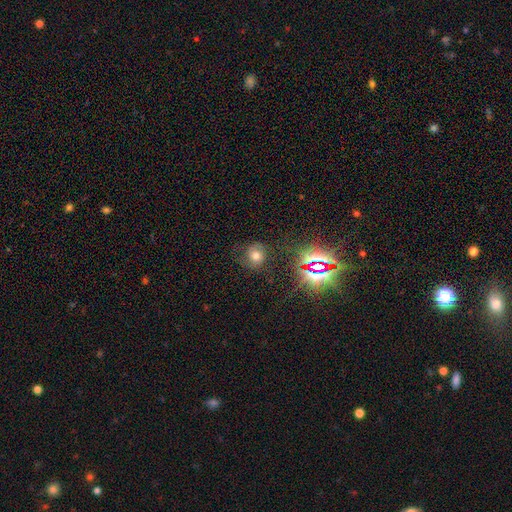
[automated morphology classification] Smooth or featured: smooth — 57% (star or artifact — 23%)
How rounded: round — 80% (in between — 19%)
Merging: none — 69% (minor disturbance — 18%)